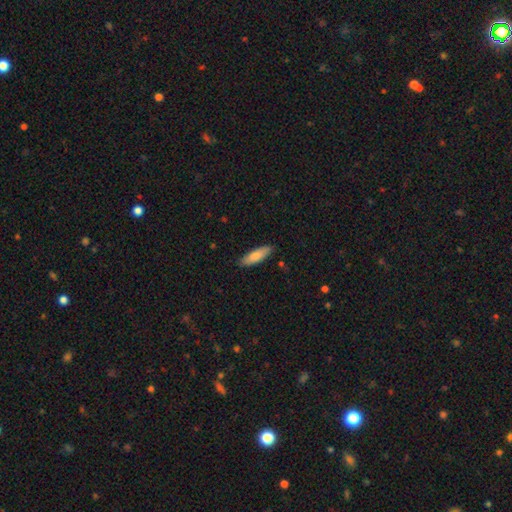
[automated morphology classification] Q: Smooth or featured?
A: smooth (84%); runner-up: featured or disk (11%)
Q: How rounded?
A: cigar-shaped (55%); runner-up: in between (44%)
Q: Merging?
A: none (86%); runner-up: minor disturbance (11%)